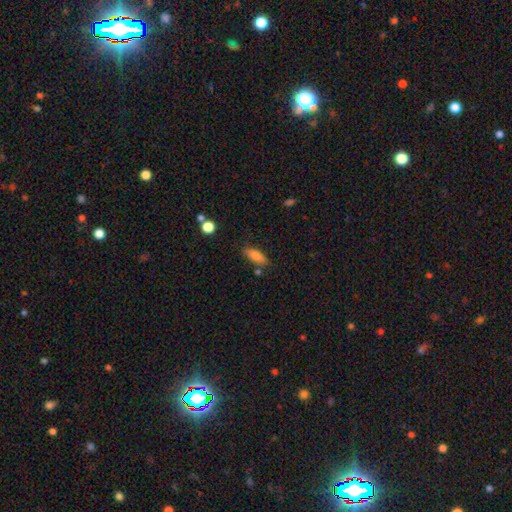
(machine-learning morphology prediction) This appears to be a smooth galaxy with no disk features (80%) that is in between round and cigar-shaped (70%). Merging: none (77%).